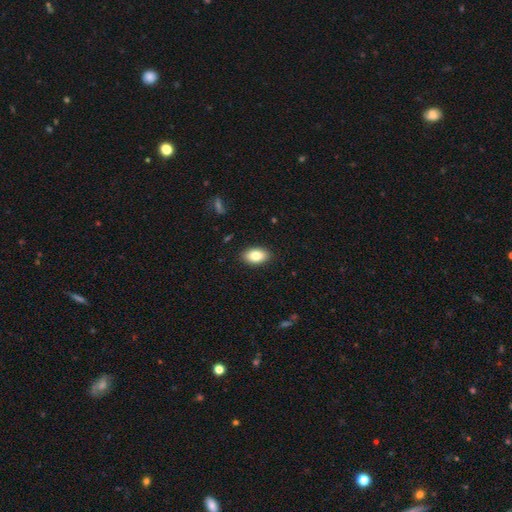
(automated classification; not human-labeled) This is clearly a smooth galaxy (83%). How rounded: clearly in between (91%). Merging: clearly none (89%).